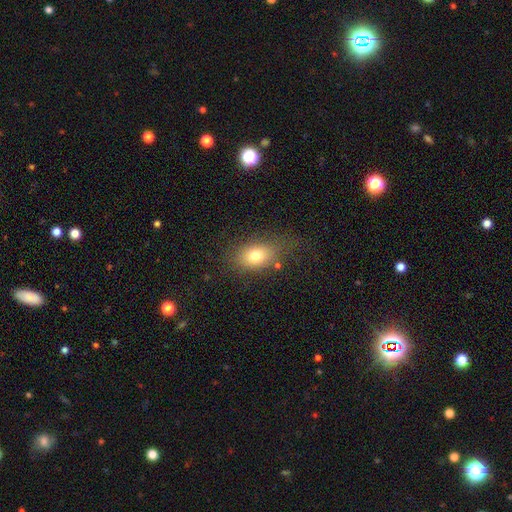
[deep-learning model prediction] A smooth galaxy with no disk features (75%) that is in between round and cigar-shaped (74%). Merging: none (68%).